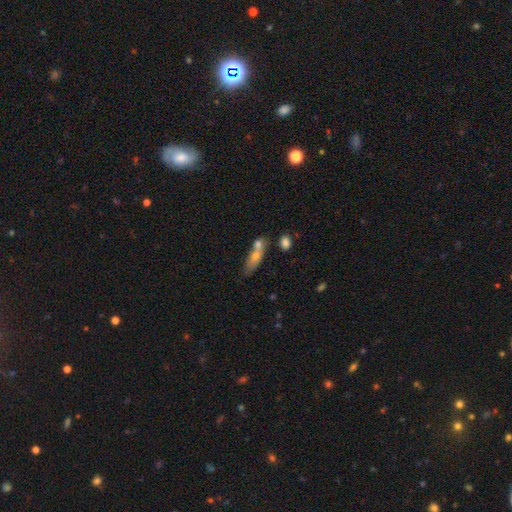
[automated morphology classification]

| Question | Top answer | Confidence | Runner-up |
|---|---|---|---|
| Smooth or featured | smooth | 62% | featured or disk (27%) |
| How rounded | in between | 48% | cigar-shaped (45%) |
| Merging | none | 41% | merger (39%) |